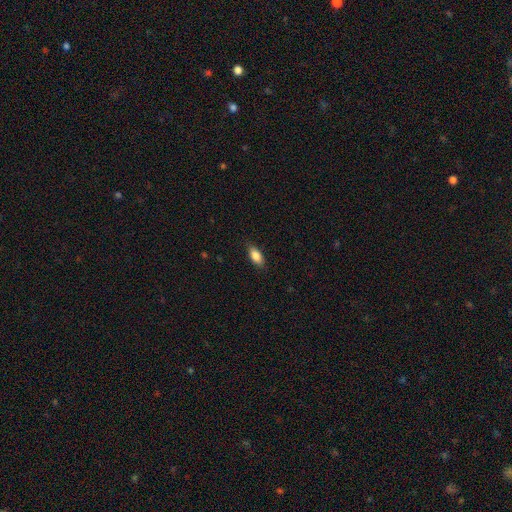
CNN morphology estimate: Smooth or featured? smooth (86%)
How rounded? in between (87%)
Merging? none (86%)